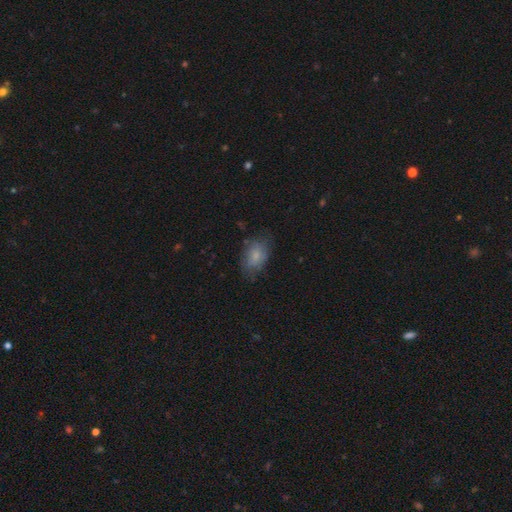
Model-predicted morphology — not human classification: Smooth or featured? smooth (74%)
How rounded? in between (82%)
Merging? none (60%)